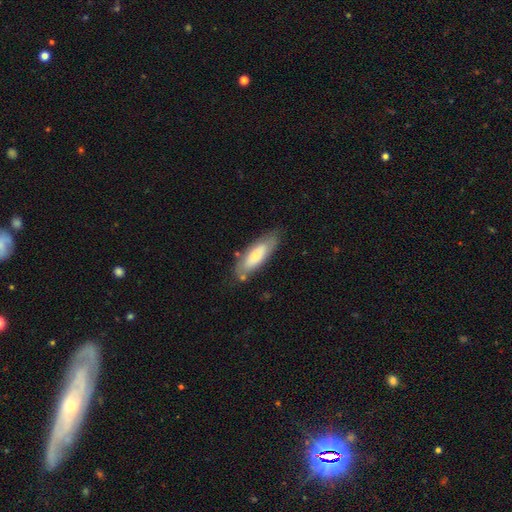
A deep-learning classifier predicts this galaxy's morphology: Smooth or featured? Predicted: smooth (p=0.63). How rounded? Predicted: in between (p=0.58). Merging? Predicted: none (p=0.73).